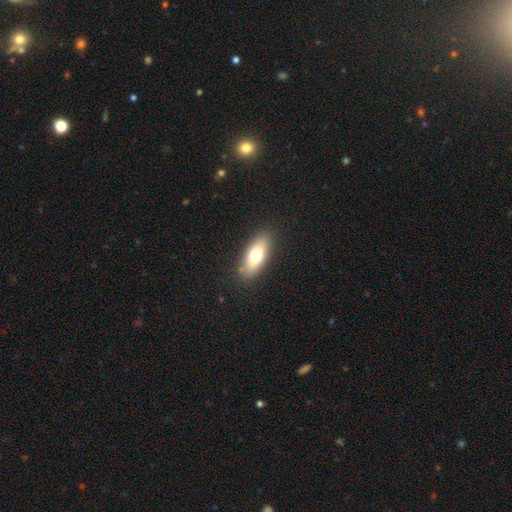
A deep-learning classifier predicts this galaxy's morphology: smooth 71%, featured or disk 22%, star or artifact 7%. Down the decision tree: how rounded — in between (75%); merging — none (86%).